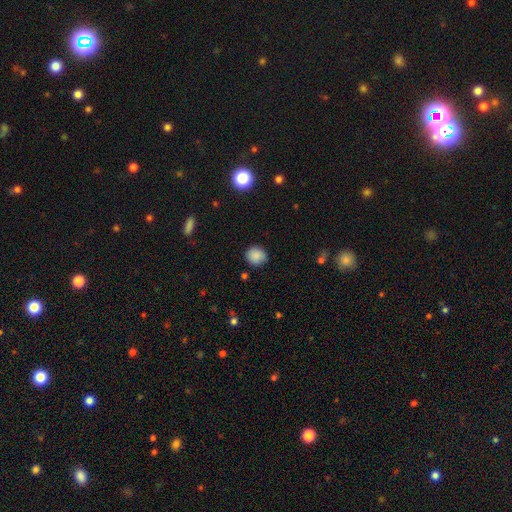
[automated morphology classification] smooth-or-featured: smooth: 87% | star or artifact: 9% | featured or disk: 4%
  how-rounded: round: 86% | in between: 13% | cigar-shaped: 1%
  merging: none: 88% | minor disturbance: 9% | major disturbance: 2% | merger: 1%